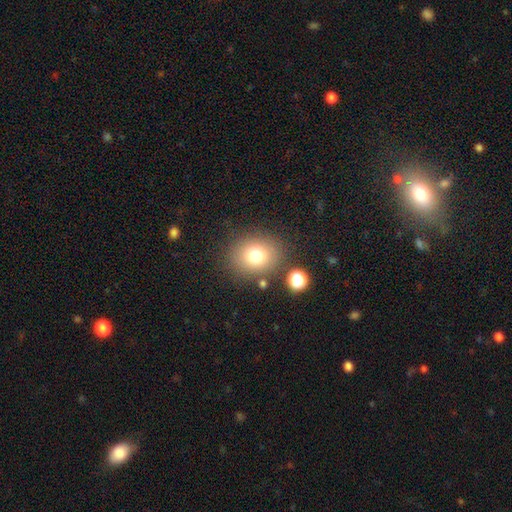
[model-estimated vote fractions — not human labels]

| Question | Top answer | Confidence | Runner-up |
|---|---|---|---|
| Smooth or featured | smooth | 78% | star or artifact (12%) |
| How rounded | round | 62% | in between (37%) |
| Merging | none | 80% | minor disturbance (10%) |